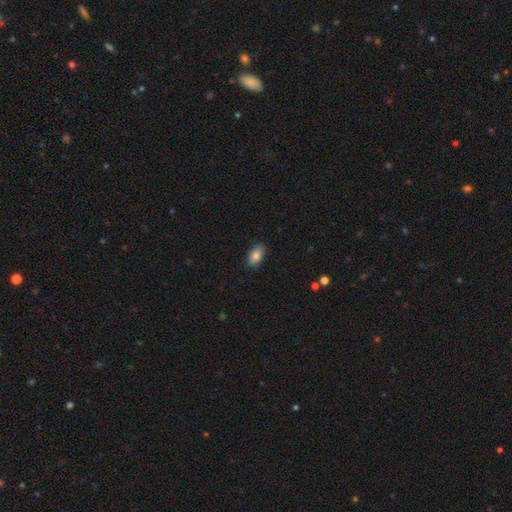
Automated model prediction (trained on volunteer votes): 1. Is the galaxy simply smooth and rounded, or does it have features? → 84% smooth, 8% featured or disk, 8% star or artifact.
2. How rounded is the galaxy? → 92% in between, 5% round, 3% cigar-shaped.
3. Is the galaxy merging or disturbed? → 86% none, 11% minor disturbance, 2% major disturbance, 1% merger.